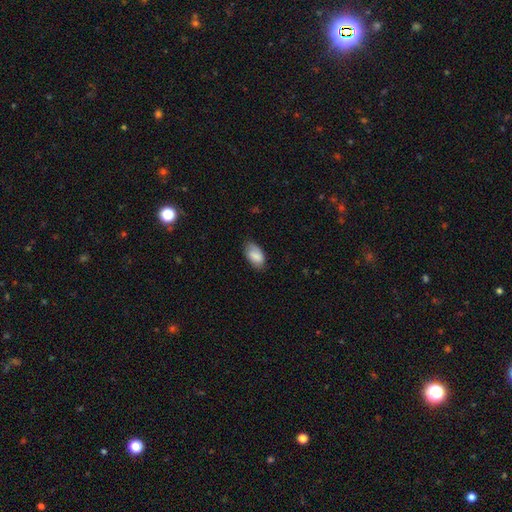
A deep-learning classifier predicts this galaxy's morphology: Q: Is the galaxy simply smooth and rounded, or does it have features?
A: smooth — 82%.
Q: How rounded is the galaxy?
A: in between — 94%.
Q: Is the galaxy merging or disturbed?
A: none — 73%.